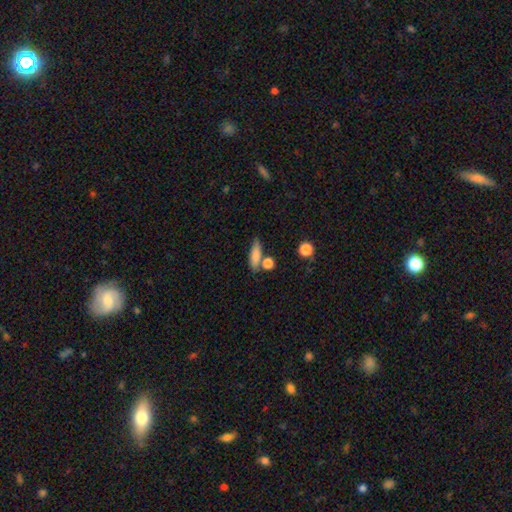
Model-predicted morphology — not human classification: Smooth or featured: smooth — 78% (featured or disk — 14%)
How rounded: in between — 48% (cigar-shaped — 44%)
Merging: none — 64% (merger — 16%)